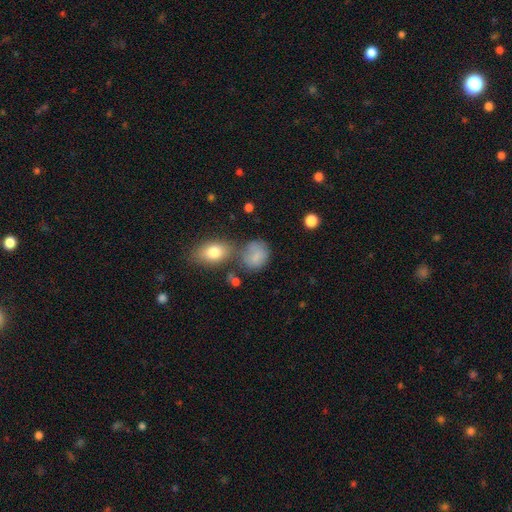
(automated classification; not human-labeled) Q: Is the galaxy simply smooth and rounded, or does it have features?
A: smooth — 79%.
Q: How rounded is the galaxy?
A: round — 61%.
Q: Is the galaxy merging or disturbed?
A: none — 50%.